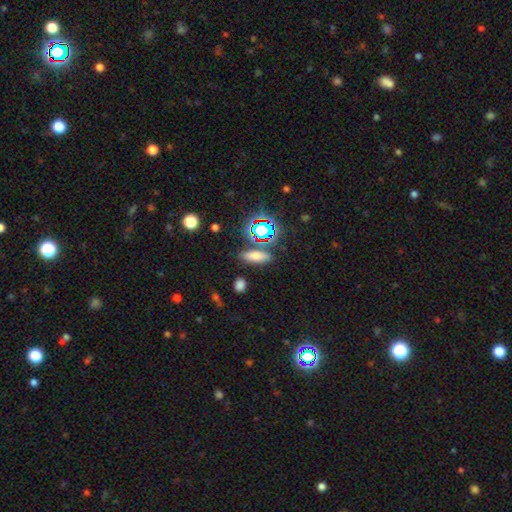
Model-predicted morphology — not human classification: This appears to be a smooth galaxy with no disk features (65%) that is in between round and cigar-shaped (57%). Merging: none (79%).